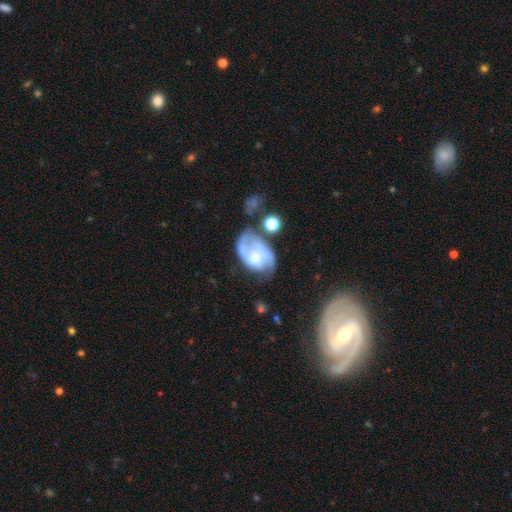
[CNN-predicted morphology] type=featured or disk (65%); edge-on=no (97%); bar=no (68%); spiral arms=yes (69%); bulge=none (35%); merging=none (33%).